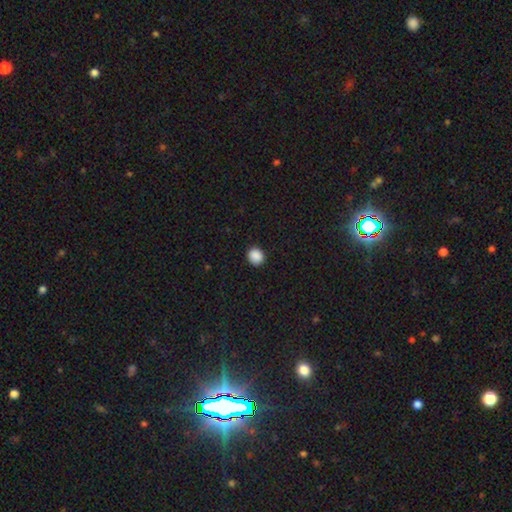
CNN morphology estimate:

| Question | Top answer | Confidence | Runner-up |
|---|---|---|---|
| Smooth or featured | smooth | 89% | star or artifact (9%) |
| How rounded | round | 80% | in between (19%) |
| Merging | none | 91% | minor disturbance (6%) |